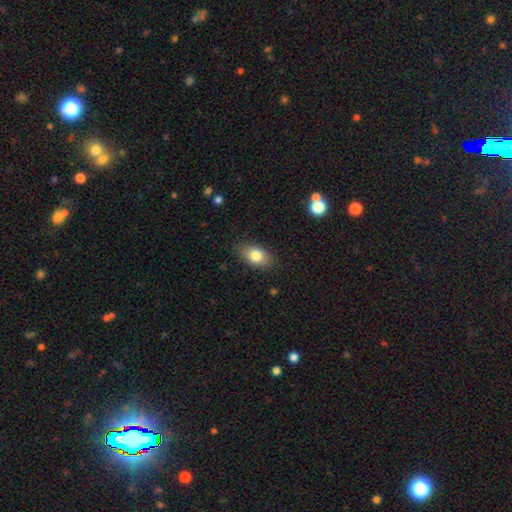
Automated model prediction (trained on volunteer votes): Smooth or featured?
  - smooth: 80% *
  - featured or disk: 12%
  - star or artifact: 8%
How rounded?
  - in between: 85% *
  - round: 13%
  - cigar-shaped: 2%
Merging?
  - none: 84% *
  - minor disturbance: 12%
  - major disturbance: 3%
  - merger: 1%